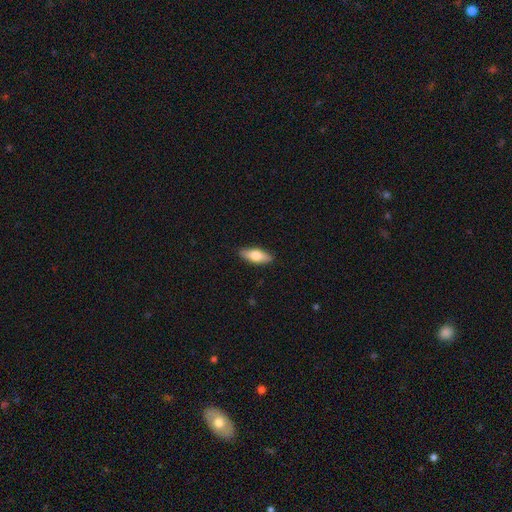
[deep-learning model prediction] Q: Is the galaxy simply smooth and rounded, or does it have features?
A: smooth — 70%.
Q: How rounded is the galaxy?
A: in between — 70%.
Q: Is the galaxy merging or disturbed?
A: none — 89%.